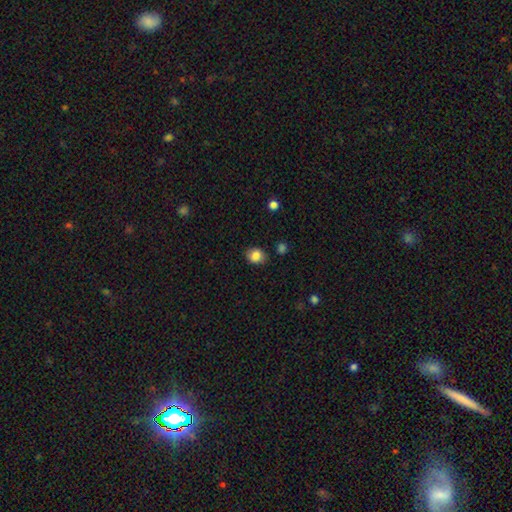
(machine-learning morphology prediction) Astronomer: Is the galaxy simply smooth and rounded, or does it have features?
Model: smooth — 84%.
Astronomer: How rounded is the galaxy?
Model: round — 57% (runner-up: in between, 42%).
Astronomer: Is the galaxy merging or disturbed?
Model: none — 83%.